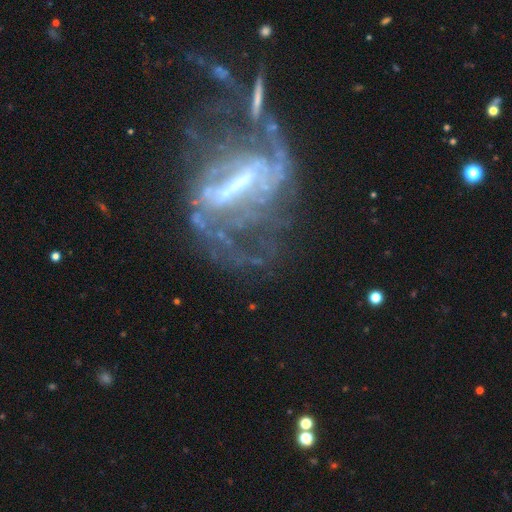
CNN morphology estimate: smooth_or_featured: featured or disk (p=0.83) [alt: star or artifact p=0.10]
disk_edge_on: no (p=0.89) [alt: yes p=0.11]
bar: strong (p=0.72) [alt: weak p=0.20]
has_spiral_arms: yes (p=0.77) [alt: no p=0.23]
spiral_winding: medium (p=0.39) [alt: tight p=0.32]
spiral_arm_count: 2 (p=0.48) [alt: can't tell p=0.31]
bulge_size: small (p=0.34) [alt: moderate p=0.33]
merging: none (p=0.40) [alt: major disturbance p=0.33]